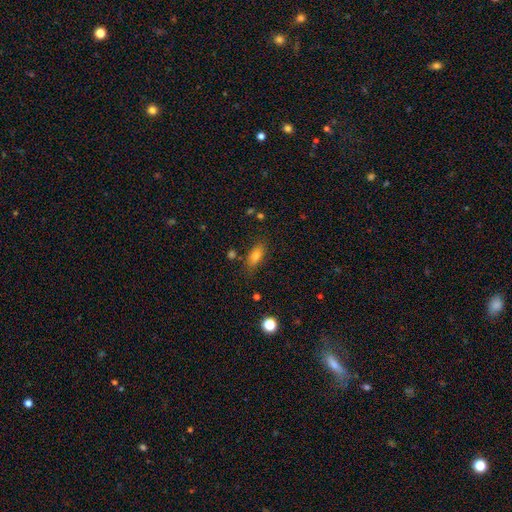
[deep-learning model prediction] This appears to be a smooth galaxy with no disk features (76%) that is in between round and cigar-shaped (80%). Merging: none (79%).